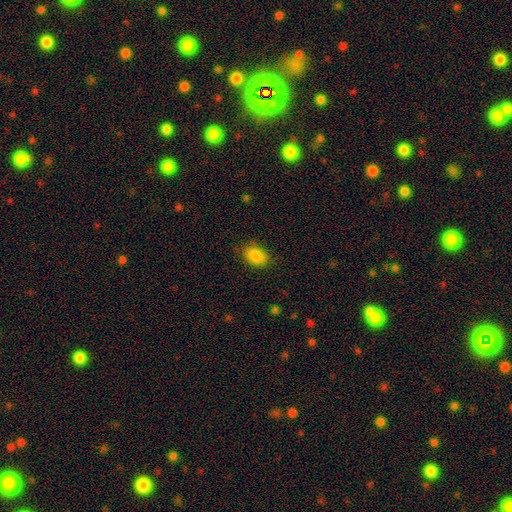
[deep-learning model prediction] smooth-or-featured: smooth: 86% | star or artifact: 9% | featured or disk: 5%
  how-rounded: in between: 76% | round: 23% | cigar-shaped: 1%
  merging: none: 84% | minor disturbance: 12% | major disturbance: 3% | merger: 1%